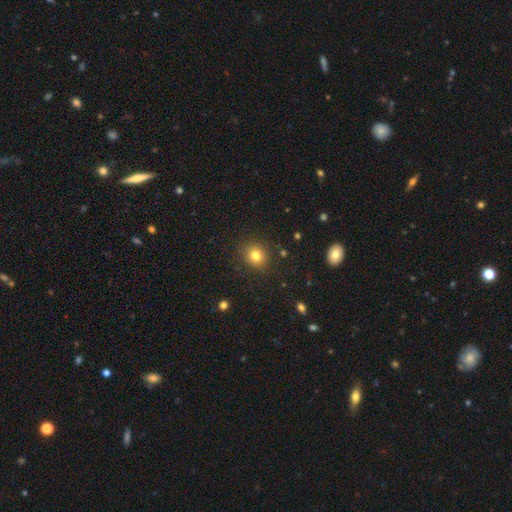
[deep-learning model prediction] smooth 80%, star or artifact 13%, featured or disk 7%. Down the decision tree: how rounded — round (77%); merging — none (88%).